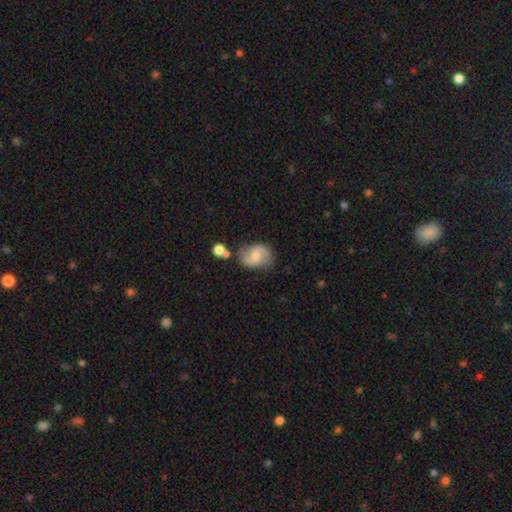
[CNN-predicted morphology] This appears to be a featured or disk galaxy (72%) with a weak bar (49%), 2 (91%) loose (44%, tied with medium) spiral arms (93%) and a moderate central bulge (47%). Merging: none (73%).